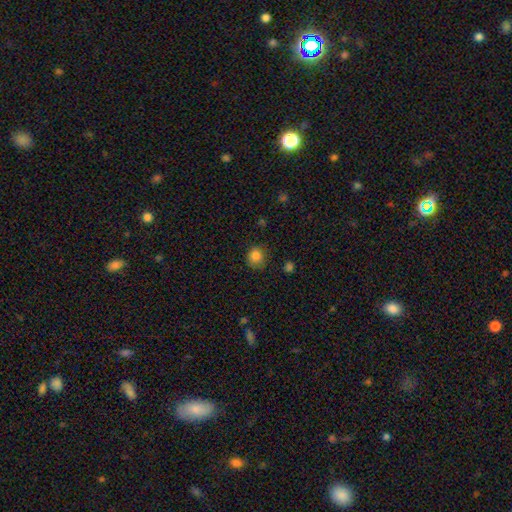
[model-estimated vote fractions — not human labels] smooth 83%, star or artifact 12%, featured or disk 5%. Down the decision tree: how rounded — round (78%); merging — none (77%).